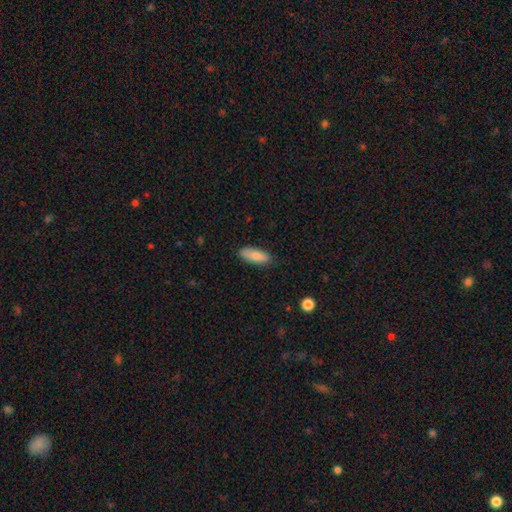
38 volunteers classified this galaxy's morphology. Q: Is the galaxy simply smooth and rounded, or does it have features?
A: smooth — 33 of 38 (87%).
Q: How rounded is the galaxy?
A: in between — 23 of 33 (70%).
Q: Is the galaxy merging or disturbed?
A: none — 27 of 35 (77%).